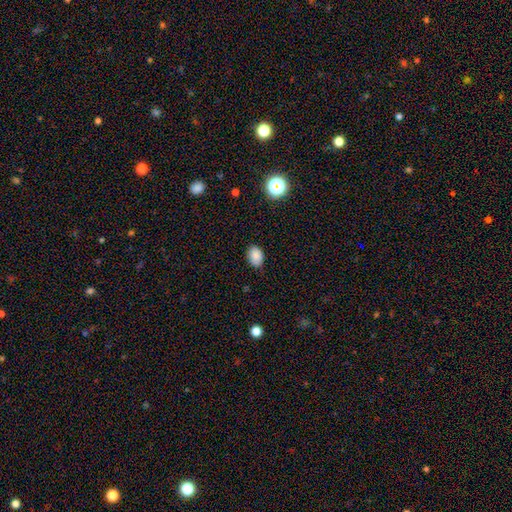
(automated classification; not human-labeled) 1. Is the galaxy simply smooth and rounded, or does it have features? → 85% smooth, 10% star or artifact, 5% featured or disk.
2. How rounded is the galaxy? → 77% in between, 22% round, 1% cigar-shaped.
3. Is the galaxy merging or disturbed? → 82% none, 14% minor disturbance, 2% major disturbance, 1% merger.